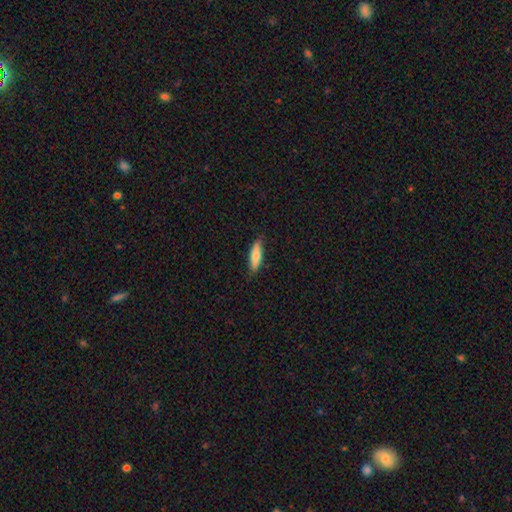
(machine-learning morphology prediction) Smooth or featured?
  - smooth: 76% *
  - featured or disk: 18%
  - star or artifact: 6%
How rounded?
  - cigar-shaped: 60% *
  - in between: 38%
  - round: 2%
Merging?
  - none: 84% *
  - minor disturbance: 13%
  - major disturbance: 2%
  - merger: 1%